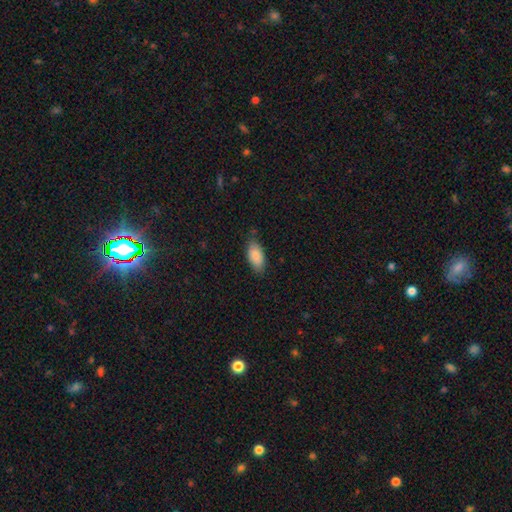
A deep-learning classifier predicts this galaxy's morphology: smooth_or_featured: smooth (p=0.86) [alt: featured or disk p=0.07]
how_rounded: in between (p=0.91) [alt: cigar-shaped p=0.06]
merging: none (p=0.78) [alt: minor disturbance p=0.17]